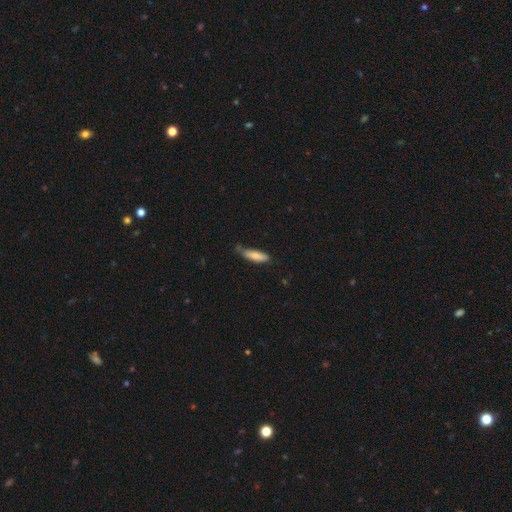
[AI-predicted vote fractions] smooth-or-featured: smooth: 79% | featured or disk: 15% | star or artifact: 6%
  how-rounded: cigar-shaped: 56% | in between: 43% | round: 2%
  merging: none: 55% | minor disturbance: 35% | major disturbance: 8% | merger: 3%